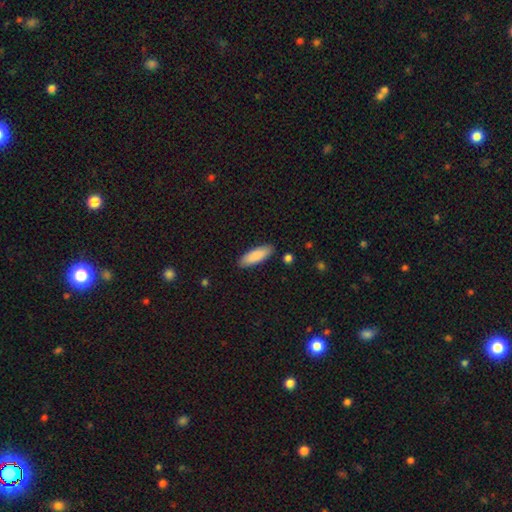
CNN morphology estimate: This appears to be a smooth galaxy with no disk features (87%) that is in between round and cigar-shaped (58%). Merging: none (88%).